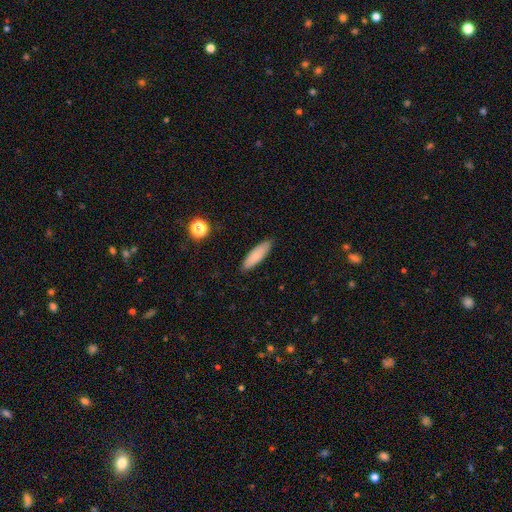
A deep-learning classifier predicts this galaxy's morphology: Overall: smooth (82%). How rounded: cigar-shaped (55%; in between 43%). Merging: none (88%).